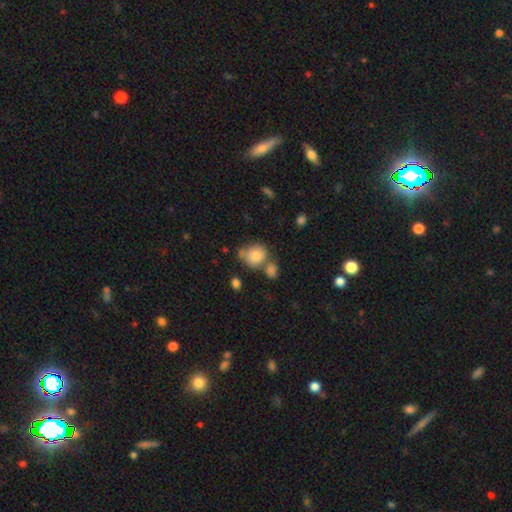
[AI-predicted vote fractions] This is likely a smooth galaxy (80%). How rounded: likely round (67%). Merging: marginally none (44%).